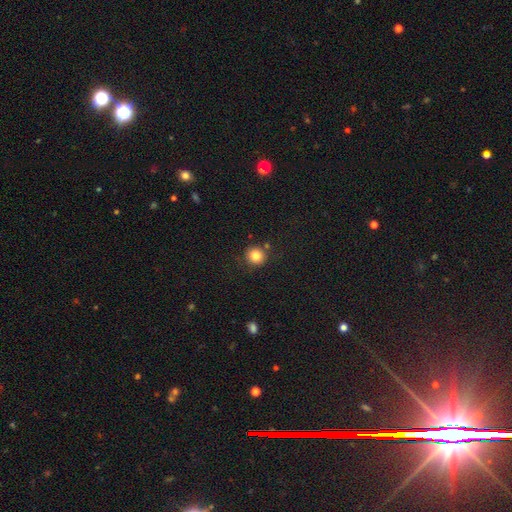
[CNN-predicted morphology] smooth 83%, star or artifact 12%, featured or disk 6%. Down the decision tree: how rounded — round (92%); merging — none (85%).